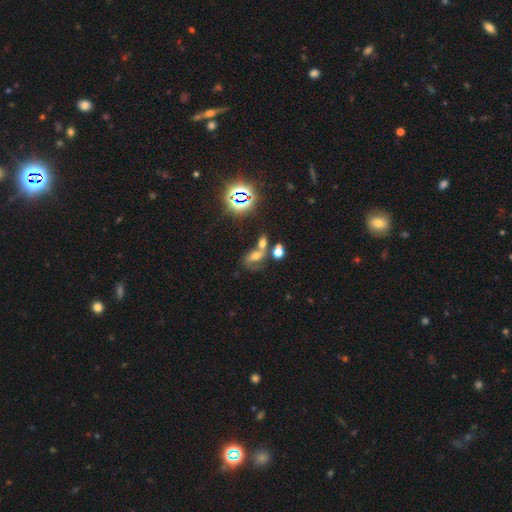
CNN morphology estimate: Overall: featured or disk (39%; smooth 35%). Merging: merger (49%; none 29%).